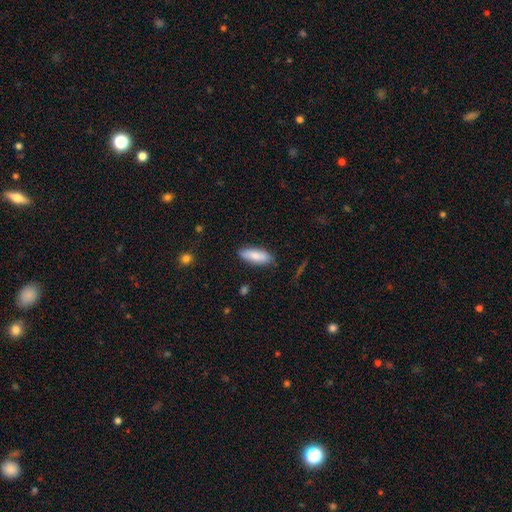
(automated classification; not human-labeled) A smooth galaxy with no disk features (82%) that is in between round and cigar-shaped (67%).

Vote fractions:
- Smooth or featured? smooth: 82% / featured or disk: 12% / star or artifact: 6%
- How rounded? in between: 67% / cigar-shaped: 32% / round: 2%
- Merging? none: 84% / minor disturbance: 12% / major disturbance: 2% / merger: 1%